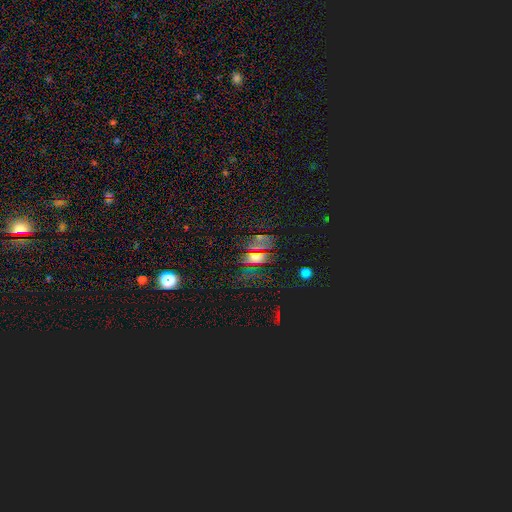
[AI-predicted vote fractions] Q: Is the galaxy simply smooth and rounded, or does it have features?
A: star or artifact — 45%.